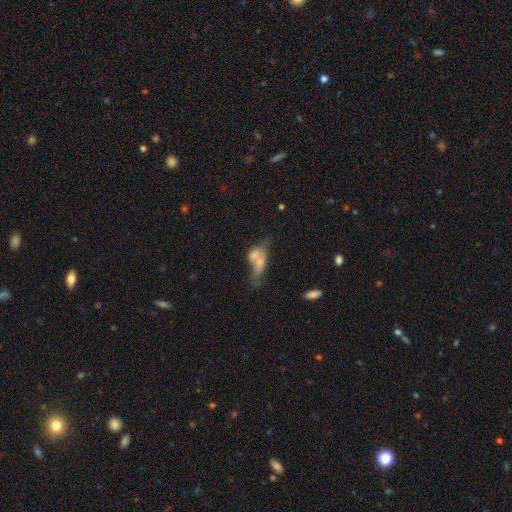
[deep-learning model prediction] Morphology: type=smooth (51%); roundness=in between (62%); merging=merger (47%).